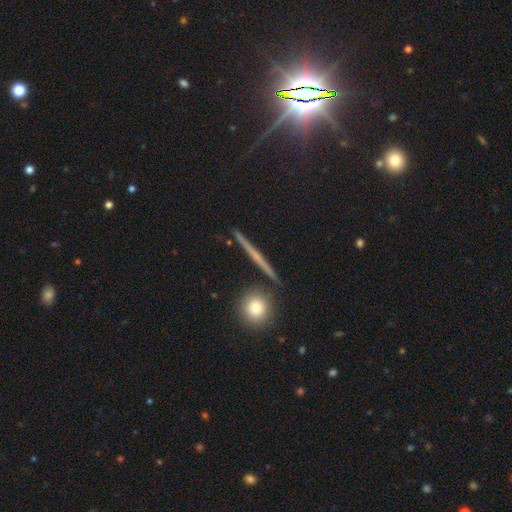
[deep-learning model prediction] smooth_or_featured: featured or disk (p=0.59) [alt: smooth p=0.30]
disk_edge_on: yes (p=0.96) [alt: no p=0.04]
edge_on_bulge: none (p=0.73) [alt: rounded p=0.21]
merging: none (p=0.90) [alt: minor disturbance p=0.06]